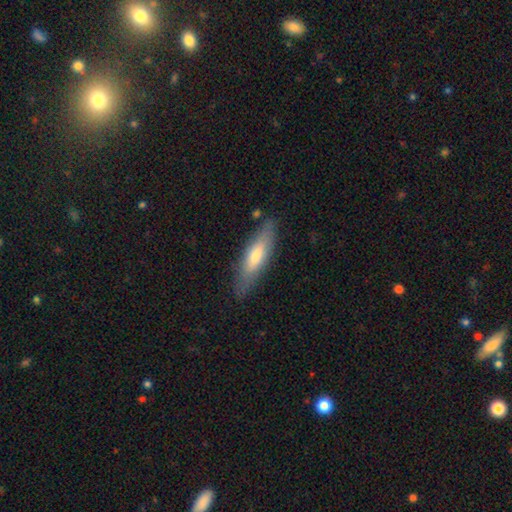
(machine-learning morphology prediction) Smooth or featured?
  - smooth: 60% *
  - featured or disk: 34%
  - star or artifact: 6%
How rounded?
  - cigar-shaped: 65% *
  - in between: 33%
  - round: 2%
Merging?
  - none: 81% *
  - minor disturbance: 14%
  - major disturbance: 3%
  - merger: 2%